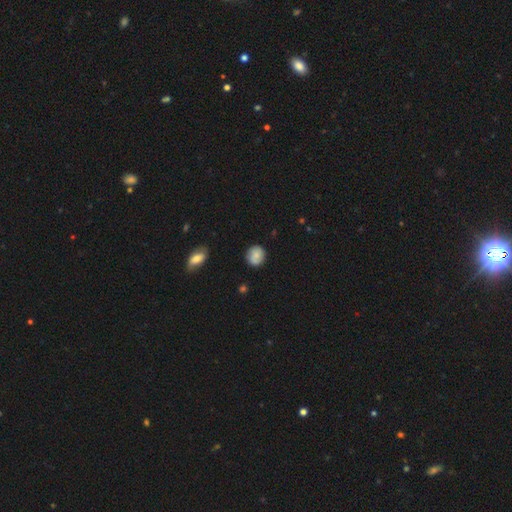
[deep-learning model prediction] Morphology: type=smooth (79%); roundness=round (82%); merging=none (81%).